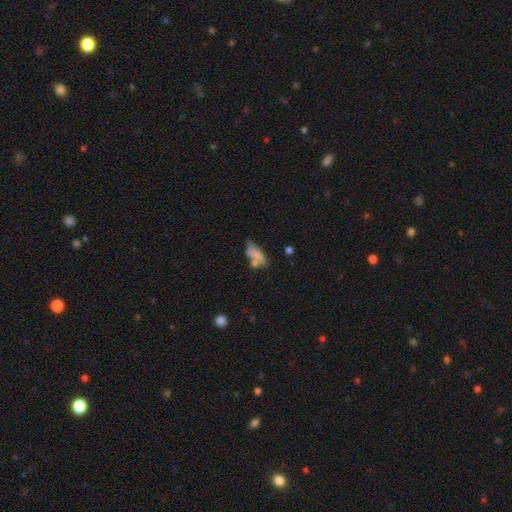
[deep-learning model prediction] This appears to be a smooth galaxy with no disk features (68%) that is in between round and cigar-shaped (78%). Merging: none (39%).